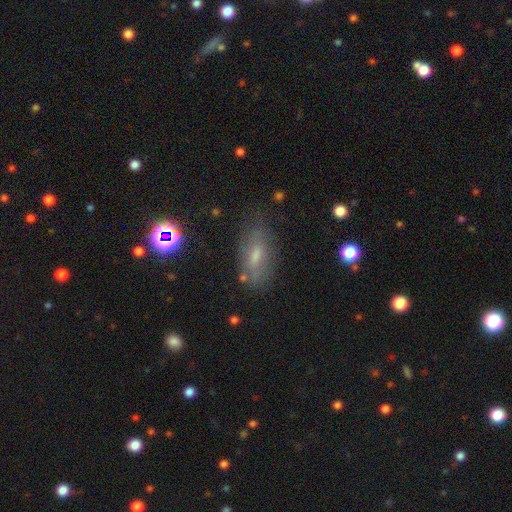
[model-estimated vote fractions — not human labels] Smooth or featured? smooth (57%)
How rounded? in between (82%)
Merging? none (70%)